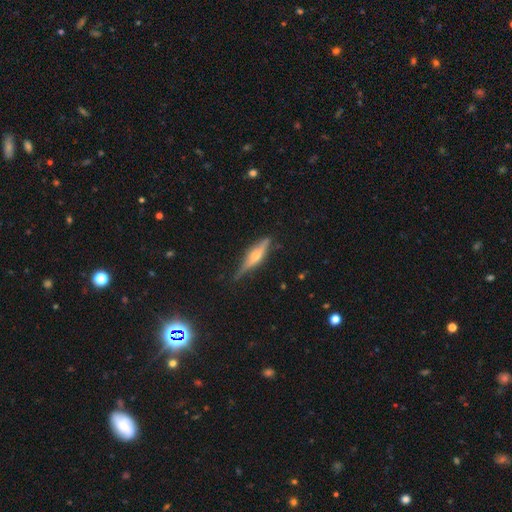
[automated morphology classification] type=featured or disk (66%); edge-on=yes (95%); edge-on bulge=rounded (80%); merging=none (78%).